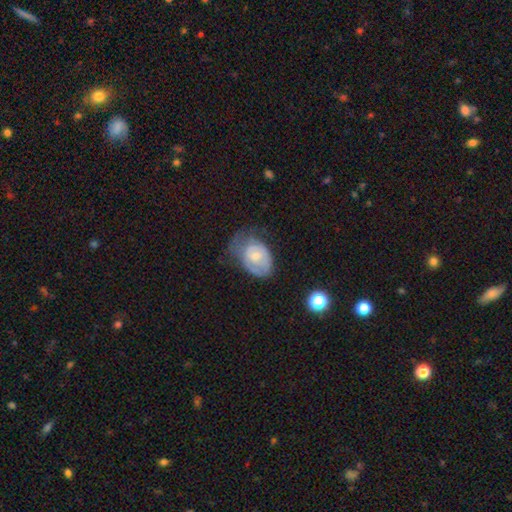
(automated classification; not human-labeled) Overall: featured or disk (53%; smooth 40%). Edge-on disk: no (96%). Bar: no (71%). Spiral arms: yes (61%; no 39%). Bulge size: small (53%; moderate 38%). Merging: minor disturbance (35%; major disturbance 33%).